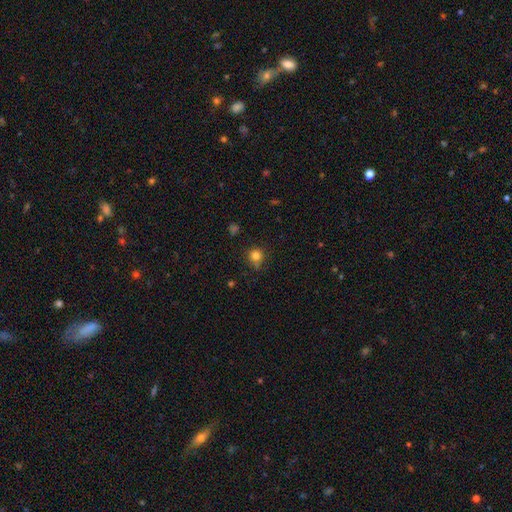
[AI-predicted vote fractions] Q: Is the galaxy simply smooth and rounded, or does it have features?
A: smooth — 82%.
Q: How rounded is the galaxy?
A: round — 91%.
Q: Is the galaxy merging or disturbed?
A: none — 74%.